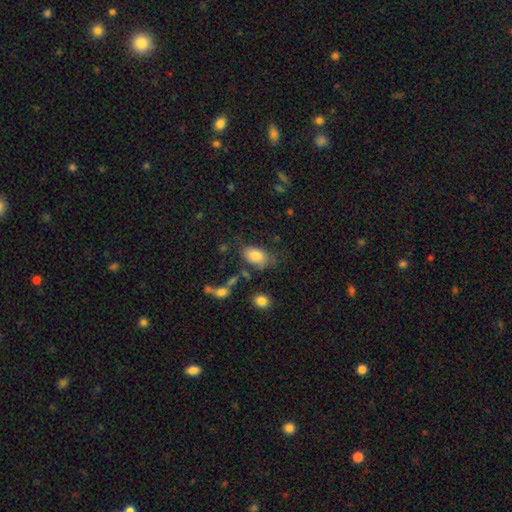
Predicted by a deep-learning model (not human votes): Smooth or featured? smooth (81%)
How rounded? in between (90%)
Merging? none (63%)